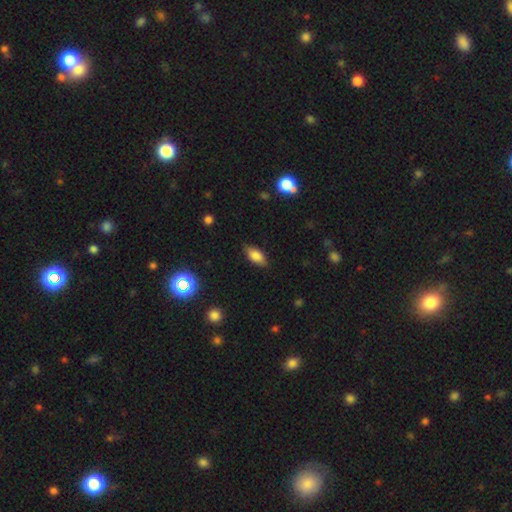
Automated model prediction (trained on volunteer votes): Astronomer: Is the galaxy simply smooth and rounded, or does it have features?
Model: smooth — 80%.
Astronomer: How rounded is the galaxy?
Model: in between — 87%.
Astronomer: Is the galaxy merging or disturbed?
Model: none — 84%.